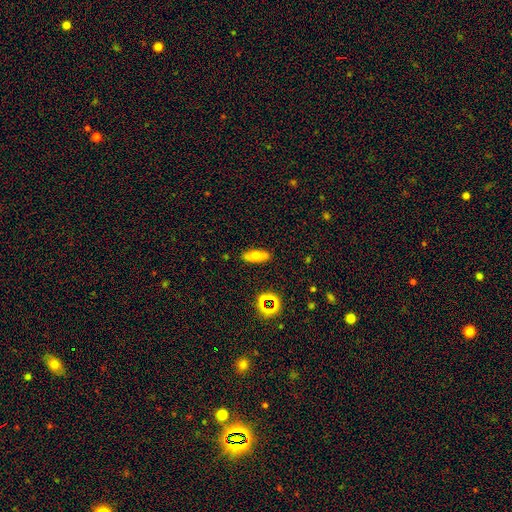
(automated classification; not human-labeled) Smooth or featured?
  - smooth: 62% *
  - featured or disk: 25%
  - star or artifact: 13%
How rounded?
  - in between: 70% *
  - cigar-shaped: 26%
  - round: 5%
Merging?
  - none: 80% *
  - minor disturbance: 13%
  - merger: 4%
  - major disturbance: 3%